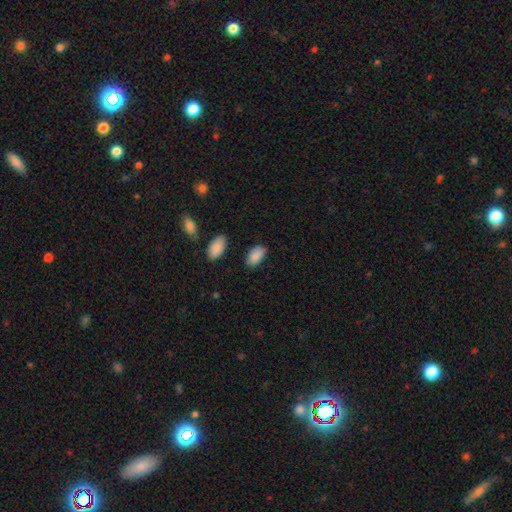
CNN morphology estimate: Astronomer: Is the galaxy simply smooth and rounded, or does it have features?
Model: smooth — 88%.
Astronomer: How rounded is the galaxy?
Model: in between — 95%.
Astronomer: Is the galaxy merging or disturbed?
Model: none — 79%.